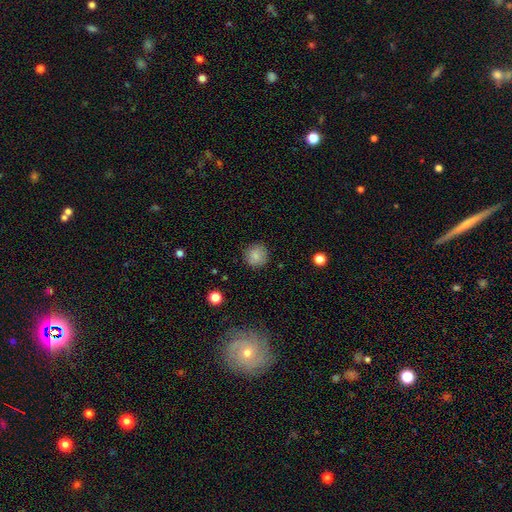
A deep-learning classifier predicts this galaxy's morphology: A smooth galaxy with no disk features (85%) that is round (93%). Merging: none (88%).